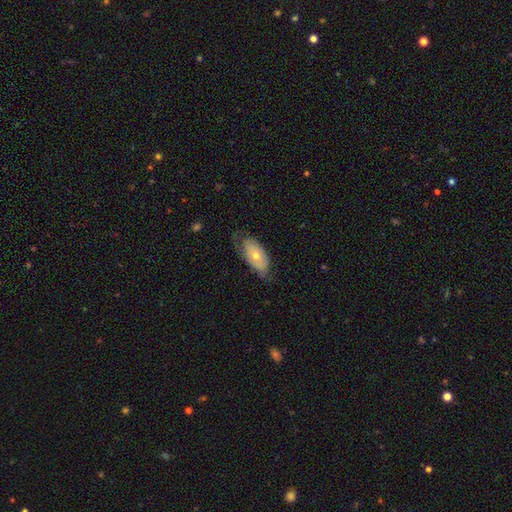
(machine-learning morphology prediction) smooth 47% (tied), featured or disk 47% (tied), star or artifact 6%. Down the decision tree: merging — none (58%).